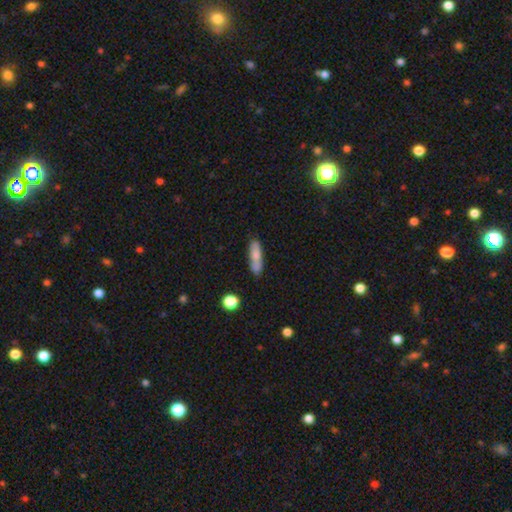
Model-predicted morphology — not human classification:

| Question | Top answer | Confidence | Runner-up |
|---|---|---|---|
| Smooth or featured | smooth | 75% | featured or disk (18%) |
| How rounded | cigar-shaped | 61% | in between (37%) |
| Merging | none | 66% | minor disturbance (18%) |